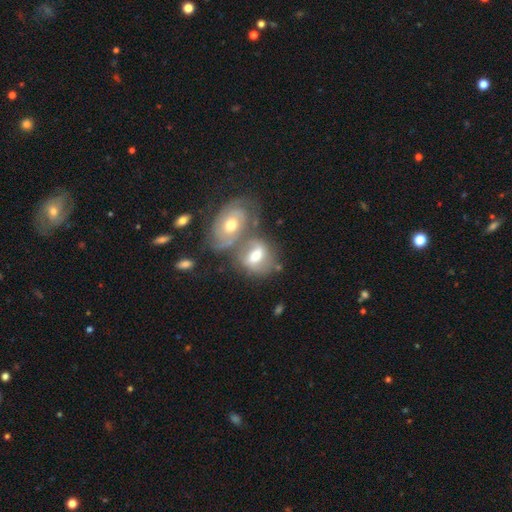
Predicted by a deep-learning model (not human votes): Q: Smooth or featured?
A: featured or disk (57%); runner-up: smooth (35%)
Q: Edge-on disk?
A: no (93%); runner-up: yes (7%)
Q: Bar?
A: weak (45%); runner-up: no (30%)
Q: Spiral arms?
A: yes (70%); runner-up: no (30%)
Q: Bulge size?
A: moderate (69%); runner-up: large (14%)
Q: Merging?
A: merger (50%); runner-up: none (31%)